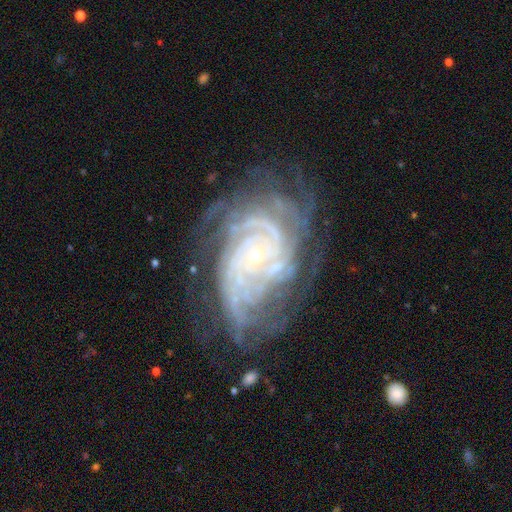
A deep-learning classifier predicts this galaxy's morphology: Smooth or featured? Predicted: featured or disk (p=0.89). Edge-on disk? Predicted: no (p=0.97). Bar? Predicted: no (p=0.75). Spiral arms? Predicted: yes (p=0.98). Spiral winding? Predicted: tight (p=0.75). Spiral arm count? Predicted: can't tell (p=0.23). Bulge size? Predicted: small (p=0.85). Merging? Predicted: none (p=0.62).